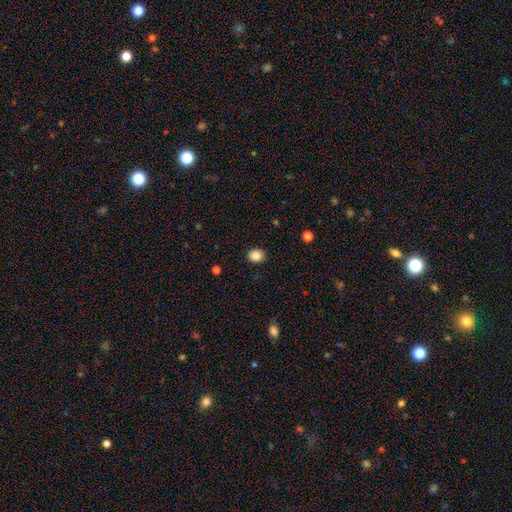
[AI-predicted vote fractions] Smooth or featured? smooth (87%)
How rounded? round (59%)
Merging? none (90%)